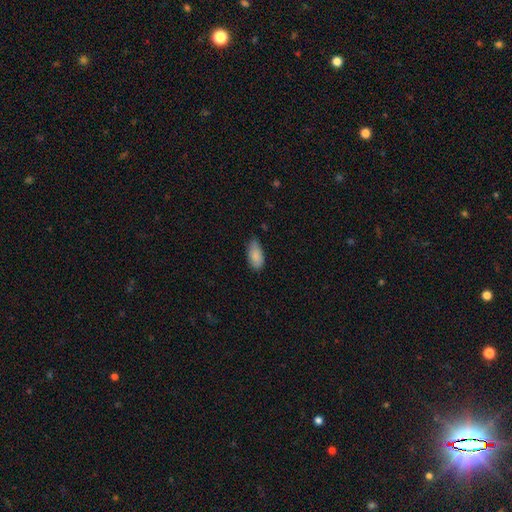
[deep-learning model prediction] Q: Smooth or featured?
A: smooth (86%); runner-up: featured or disk (8%)
Q: How rounded?
A: in between (92%); runner-up: cigar-shaped (5%)
Q: Merging?
A: none (59%); runner-up: minor disturbance (35%)